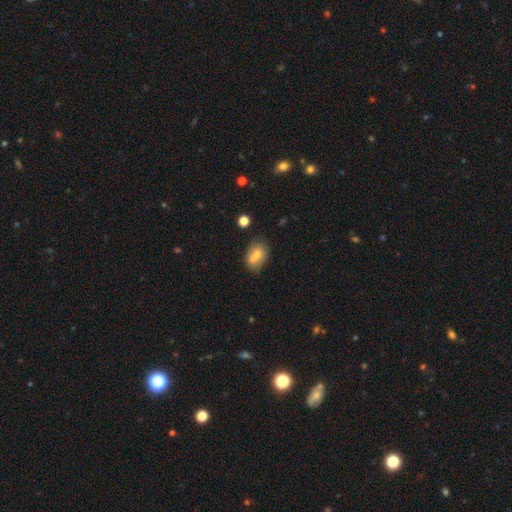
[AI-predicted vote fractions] Smooth or featured?
  - smooth: 69% *
  - featured or disk: 21%
  - star or artifact: 10%
How rounded?
  - in between: 78% *
  - round: 19%
  - cigar-shaped: 3%
Merging?
  - none: 47% *
  - merger: 33%
  - minor disturbance: 15%
  - major disturbance: 5%